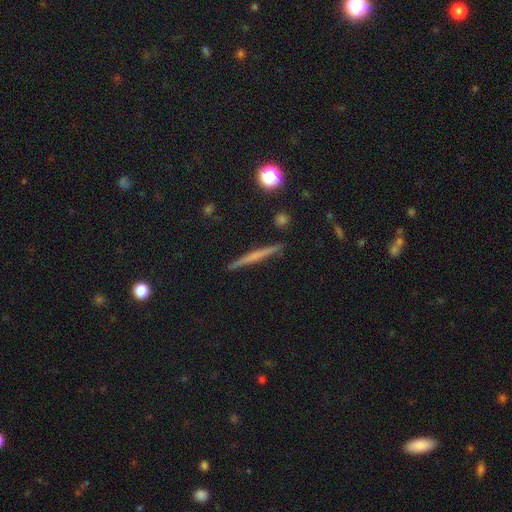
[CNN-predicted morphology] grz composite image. It shows a featured or disk galaxy (54%) viewed edge-on (98%) with no central bulge (72%). Merging: none (92%).